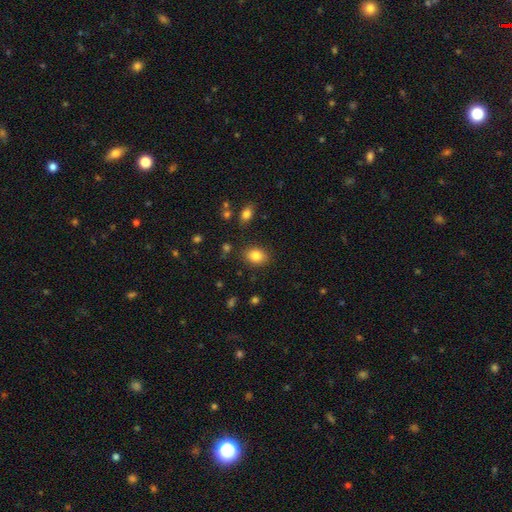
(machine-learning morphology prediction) type=smooth (83%); roundness=in between (68%); merging=none (85%).